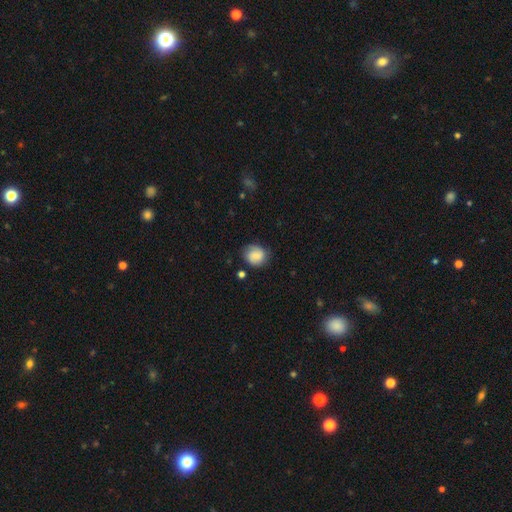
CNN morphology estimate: This is likely a smooth galaxy (64%). How rounded: likely round (77%). Merging: likely none (73%).